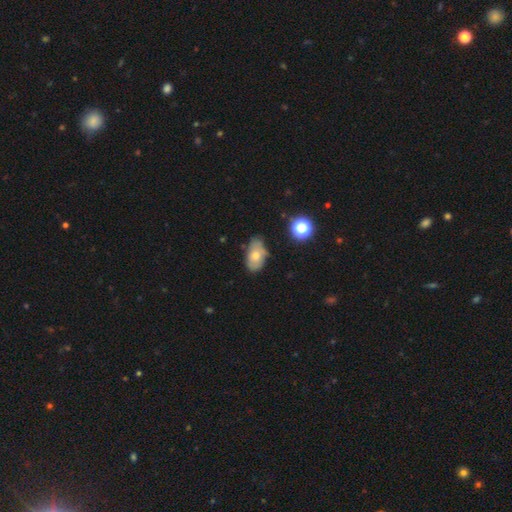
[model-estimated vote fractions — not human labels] The model was most divided on "merging": none: 58%, minor disturbance: 32%, major disturbance: 7%, merger: 4%. More confident: how rounded — in between (89%); smooth or featured — smooth (64%).